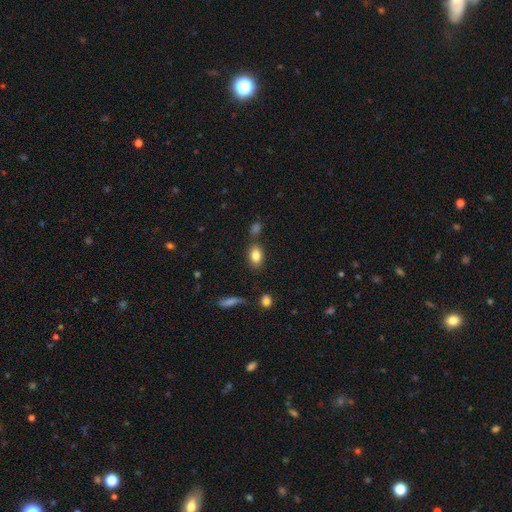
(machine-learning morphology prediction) A smooth galaxy with no disk features (82%) that is in between round and cigar-shaped (84%).

Vote fractions:
- Smooth or featured? smooth: 82% / featured or disk: 9% / star or artifact: 8%
- How rounded? in between: 84% / round: 13% / cigar-shaped: 3%
- Merging? none: 76% / minor disturbance: 13% / merger: 7% / major disturbance: 3%